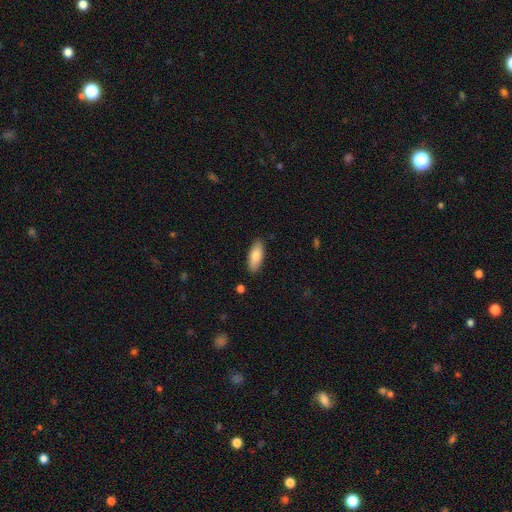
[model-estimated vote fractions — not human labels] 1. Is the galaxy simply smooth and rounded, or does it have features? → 83% smooth, 11% featured or disk, 6% star or artifact.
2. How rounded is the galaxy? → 76% in between, 22% cigar-shaped, 2% round.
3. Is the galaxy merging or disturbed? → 88% none, 9% minor disturbance, 2% major disturbance, 1% merger.